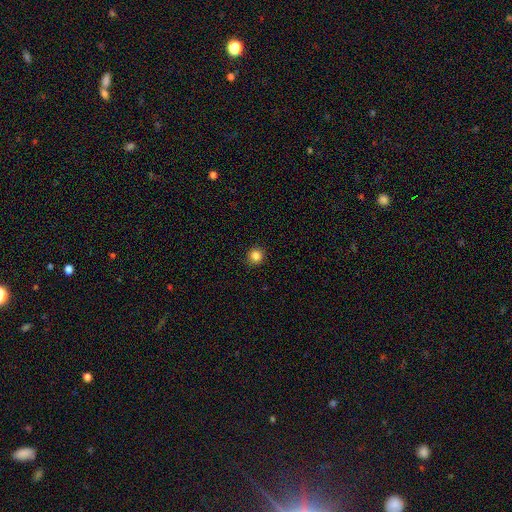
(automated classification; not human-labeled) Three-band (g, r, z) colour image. It shows a smooth galaxy with no disk features (84%) that is round (91%). Merging: none (91%).